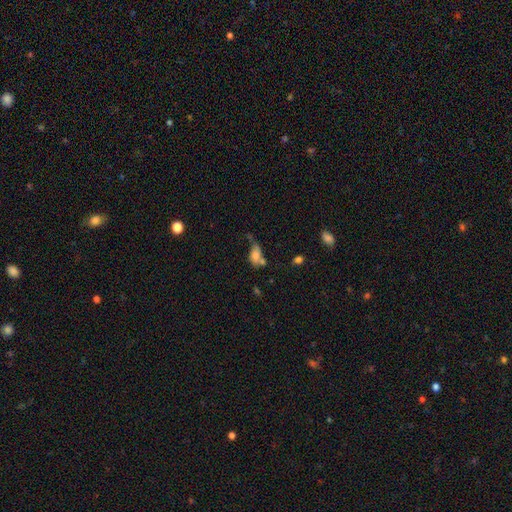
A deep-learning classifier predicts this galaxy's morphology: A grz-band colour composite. It shows a smooth galaxy with no disk features (65%) that is in between round and cigar-shaped (78%). Merging: merger (32%).